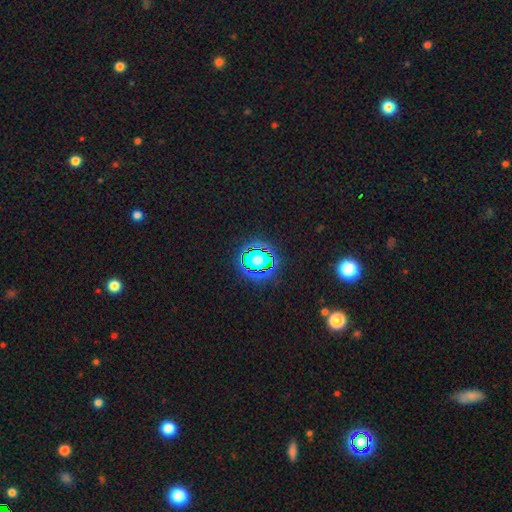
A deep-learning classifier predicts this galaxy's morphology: A star or artifact, not a galaxy (79%).

Vote fractions:
- Smooth or featured? star or artifact: 79% / smooth: 14% / featured or disk: 7%